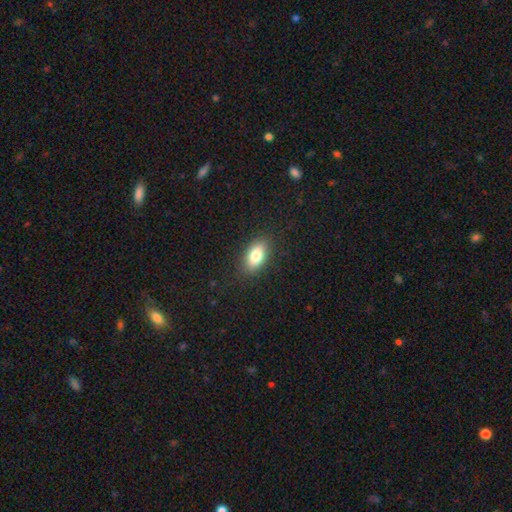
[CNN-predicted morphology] Smooth or featured?
  - smooth: 81% *
  - featured or disk: 11%
  - star or artifact: 8%
How rounded?
  - in between: 89% *
  - cigar-shaped: 6%
  - round: 5%
Merging?
  - none: 86% *
  - minor disturbance: 10%
  - major disturbance: 3%
  - merger: 1%